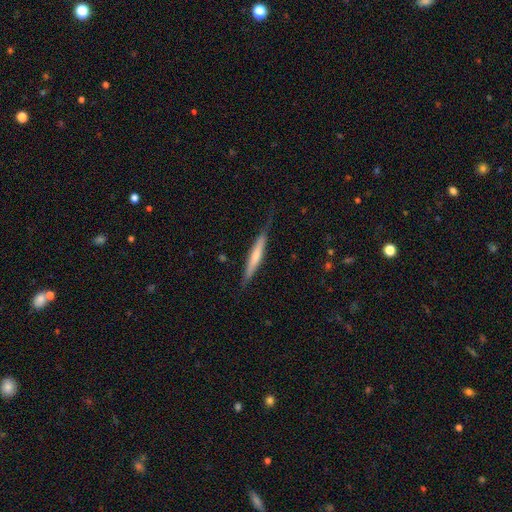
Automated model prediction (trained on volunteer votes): Smooth or featured? Predicted: smooth (p=0.51). How rounded? Predicted: cigar-shaped (p=0.94). Merging? Predicted: none (p=0.73).